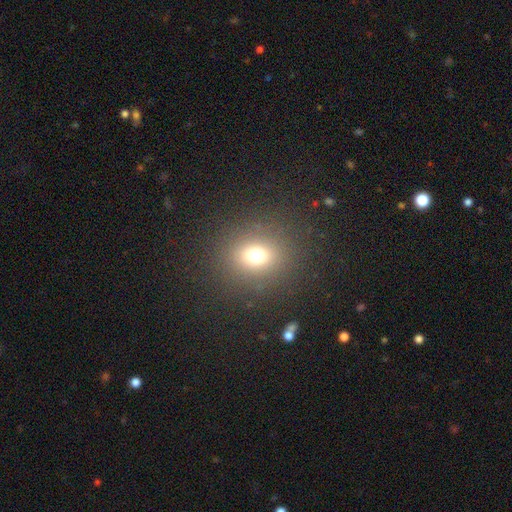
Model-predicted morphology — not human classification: Smooth or featured?
  - smooth: 69% *
  - star or artifact: 21%
  - featured or disk: 10%
How rounded?
  - round: 77% *
  - in between: 22%
  - cigar-shaped: 1%
Merging?
  - none: 86% *
  - minor disturbance: 7%
  - major disturbance: 5%
  - merger: 2%